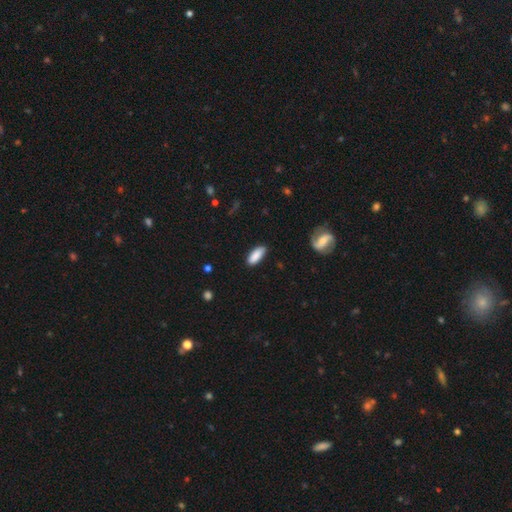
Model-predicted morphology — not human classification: smooth-or-featured: smooth: 87% | featured or disk: 7% | star or artifact: 6%
  how-rounded: in between: 77% | cigar-shaped: 21% | round: 2%
  merging: none: 83% | minor disturbance: 13% | major disturbance: 2% | merger: 1%